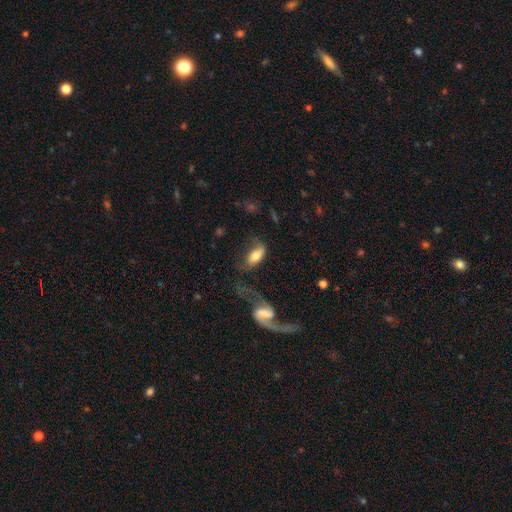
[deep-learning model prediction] Q: Smooth or featured?
A: smooth (66%); runner-up: featured or disk (27%)
Q: How rounded?
A: in between (92%); runner-up: cigar-shaped (4%)
Q: Merging?
A: none (40%); runner-up: major disturbance (26%)